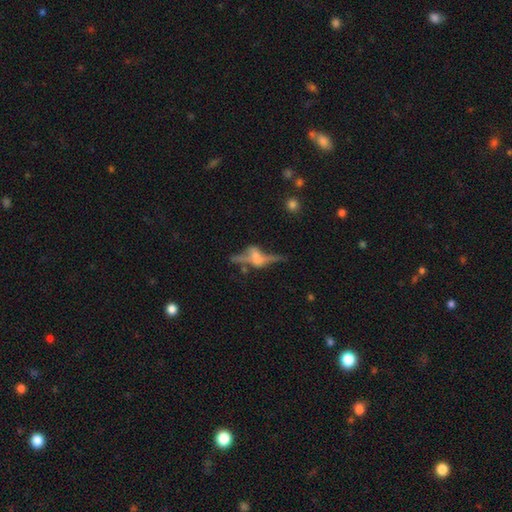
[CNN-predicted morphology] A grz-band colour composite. It shows a featured or disk galaxy (73%) viewed edge-on (81%) with a rounded central bulge (81%). Merging: none (54%).